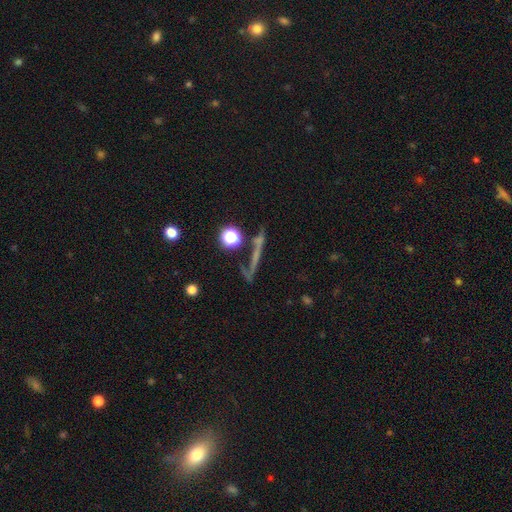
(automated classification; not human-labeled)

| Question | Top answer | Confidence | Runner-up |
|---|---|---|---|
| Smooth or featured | featured or disk | 38% | smooth (36%) |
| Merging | none | 67% | minor disturbance (13%) |